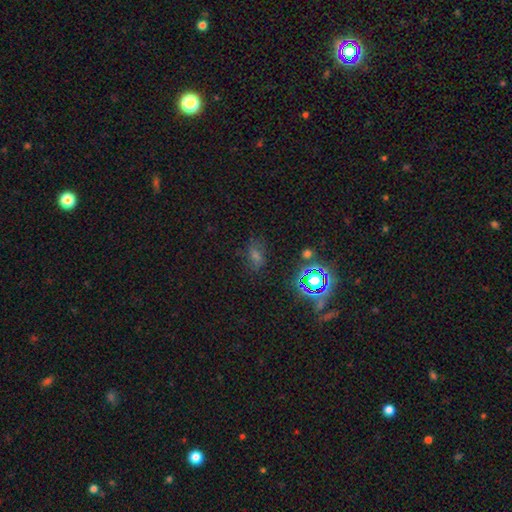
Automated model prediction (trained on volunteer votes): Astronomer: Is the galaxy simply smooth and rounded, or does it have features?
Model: star or artifact — 46% (runner-up: smooth, 38%).